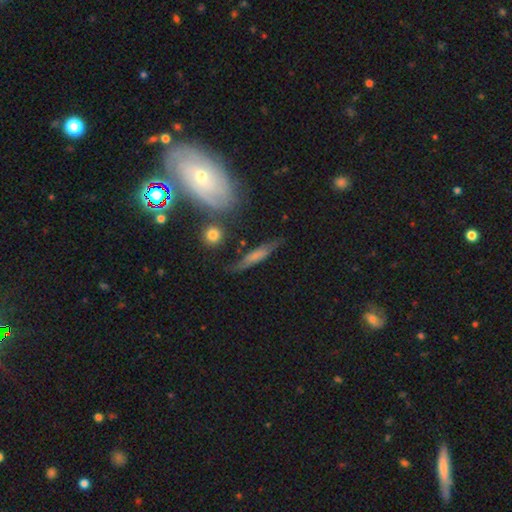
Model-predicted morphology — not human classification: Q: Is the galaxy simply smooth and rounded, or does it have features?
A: smooth — 48%.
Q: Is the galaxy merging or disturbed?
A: none — 69%.